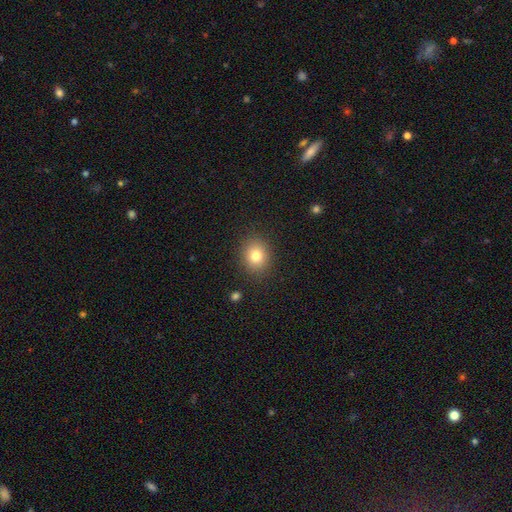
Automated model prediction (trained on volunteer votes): The model was most divided on "how rounded": round: 70%, in between: 30%, cigar-shaped: 1%. More confident: merging — none (88%); smooth or featured — smooth (80%).